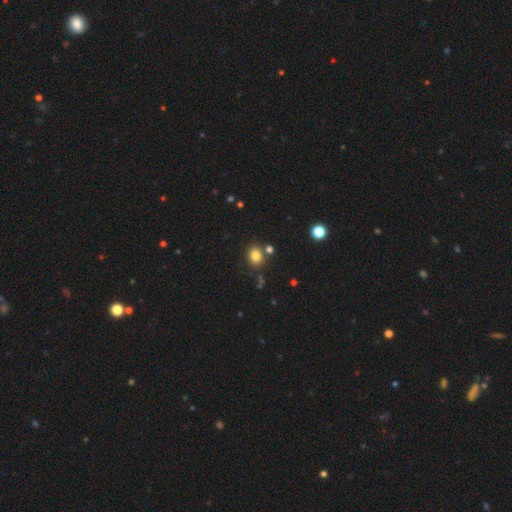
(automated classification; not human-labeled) A smooth galaxy with no disk features (81%) that is round (54%). Merging: none (77%).